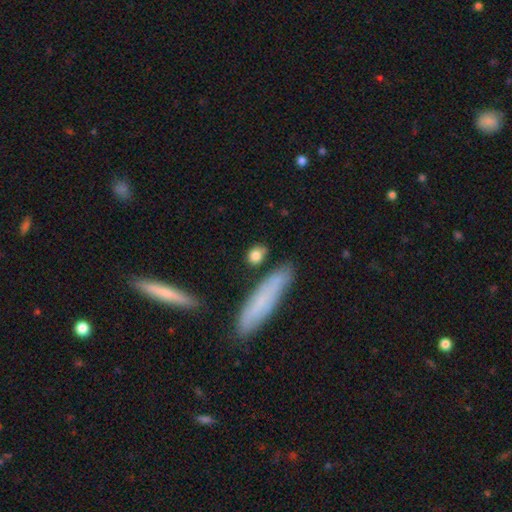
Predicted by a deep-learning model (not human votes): Smooth or featured: smooth — 82% (featured or disk — 10%)
How rounded: in between — 49% (round — 40%)
Merging: none — 74% (minor disturbance — 14%)